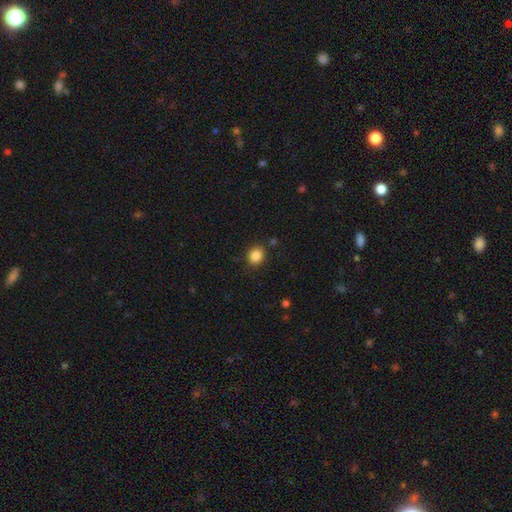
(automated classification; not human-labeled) Smooth or featured: smooth — 85% (star or artifact — 10%)
How rounded: round — 71% (in between — 28%)
Merging: none — 86% (minor disturbance — 9%)